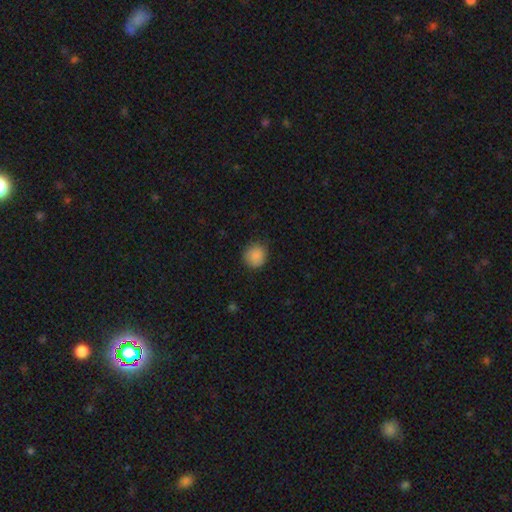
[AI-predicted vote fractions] This is clearly a smooth galaxy (88%). How rounded: clearly round (89%). Merging: clearly none (81%).